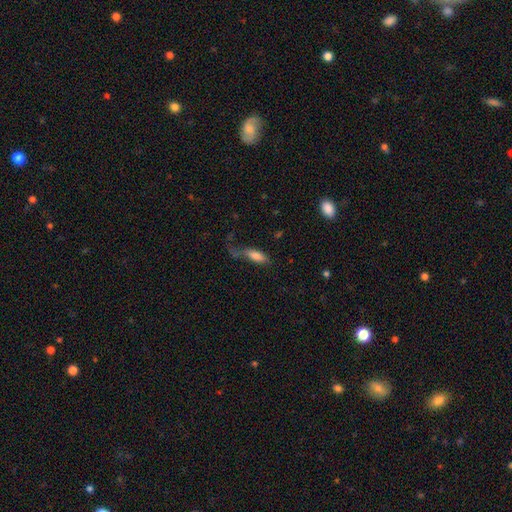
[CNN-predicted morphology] Overall: smooth (78%). How rounded: in between (66%; cigar-shaped 31%). Merging: none (36%; major disturbance 32%).